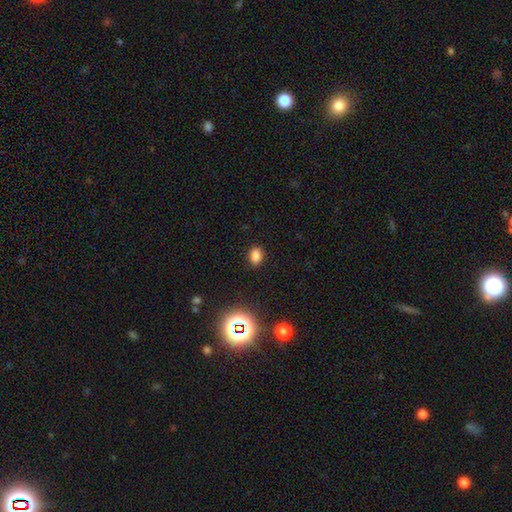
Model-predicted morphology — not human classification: smooth_or_featured: smooth (p=0.79) [alt: star or artifact p=0.16]
how_rounded: in between (p=0.74) [alt: round p=0.25]
merging: none (p=0.88) [alt: minor disturbance p=0.08]